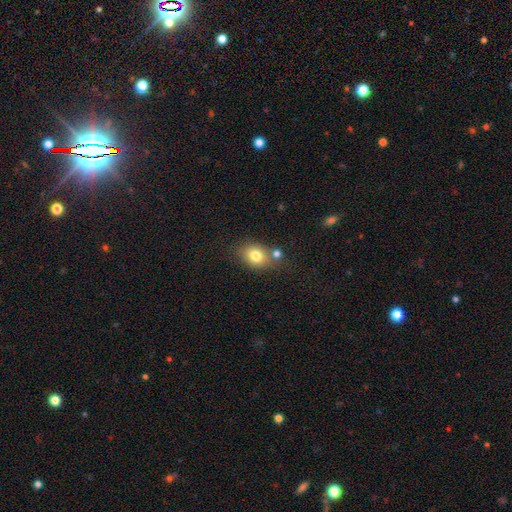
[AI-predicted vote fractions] Overall: smooth (79%). How rounded: in between (63%; round 36%). Merging: none (64%).